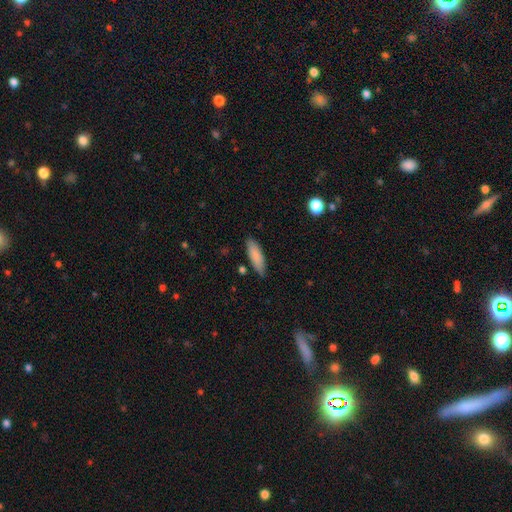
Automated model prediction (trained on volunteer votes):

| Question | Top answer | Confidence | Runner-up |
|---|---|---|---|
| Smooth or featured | smooth | 85% | featured or disk (8%) |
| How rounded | cigar-shaped | 49% | tied: in between (49%) |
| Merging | none | 83% | minor disturbance (13%) |